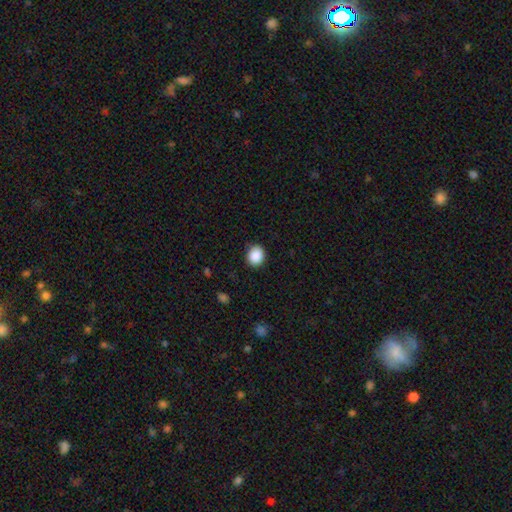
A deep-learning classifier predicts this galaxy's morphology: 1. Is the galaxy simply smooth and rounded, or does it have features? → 88% smooth, 8% star or artifact, 3% featured or disk.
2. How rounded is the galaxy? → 69% round, 30% in between, 1% cigar-shaped.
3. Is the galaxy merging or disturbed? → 87% none, 10% minor disturbance, 2% major disturbance, 1% merger.